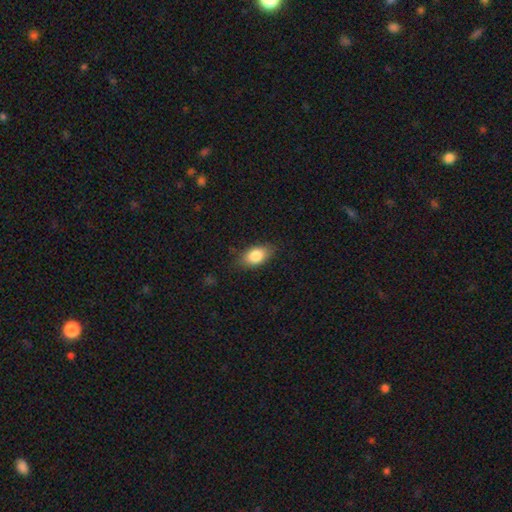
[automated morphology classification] Overall: smooth (83%). How rounded: in between (88%). Merging: none (81%).